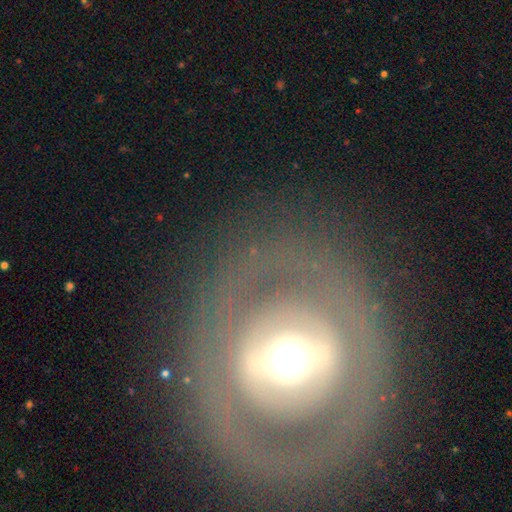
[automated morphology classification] smooth-or-featured: featured or disk: 63% | smooth: 28% | star or artifact: 10%
  disk-edge-on: no: 92% | yes: 8%
    bar: no: 46% | strong: 28% | weak: 25%
    has-spiral-arms: no: 73% | yes: 27%
    bulge-size: moderate: 53% | large: 29% | small: 9% | dominant: 7% | none: 1%
  merging: none: 79% | minor disturbance: 11% | major disturbance: 9% | merger: 2%